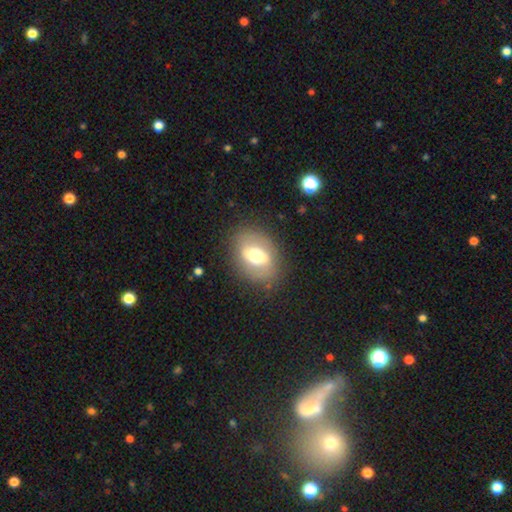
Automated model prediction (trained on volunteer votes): This appears to be a smooth galaxy with no disk features (49%). Merging: none (79%).